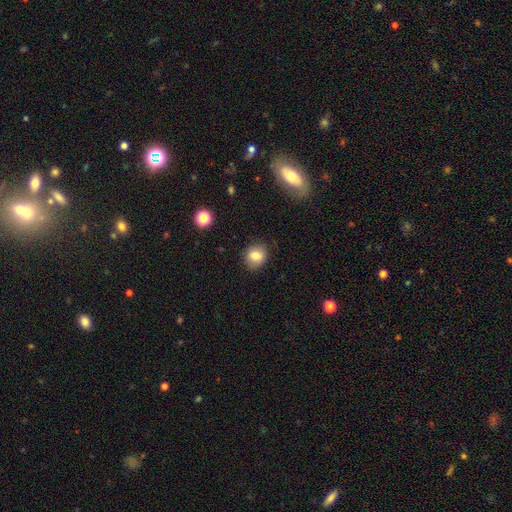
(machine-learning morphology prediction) Smooth or featured?
  - smooth: 79% *
  - featured or disk: 11%
  - star or artifact: 10%
How rounded?
  - round: 71% *
  - in between: 28%
  - cigar-shaped: 1%
Merging?
  - none: 84% *
  - minor disturbance: 12%
  - major disturbance: 3%
  - merger: 1%